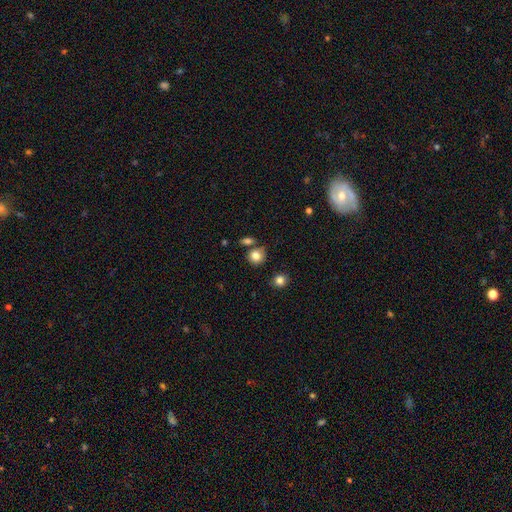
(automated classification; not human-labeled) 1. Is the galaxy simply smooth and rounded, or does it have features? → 82% smooth, 11% star or artifact, 8% featured or disk.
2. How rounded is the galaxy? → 81% round, 18% in between, 1% cigar-shaped.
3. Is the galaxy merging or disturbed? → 70% none, 14% merger, 13% minor disturbance, 4% major disturbance.